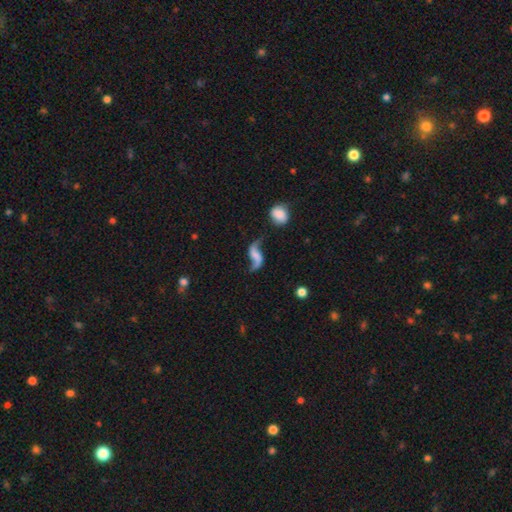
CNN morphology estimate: This is clearly a featured or disk galaxy (83%). It is clearly not viewed edge-on (97%). Bar: possibly no (49%). Spiral arm pattern: clearly yes (95%). Spiral arm count: clearly 2 (93%). Spiral winding: clearly loose (92%). Central bulge: possibly none (58%). Merging: likely none (66%).